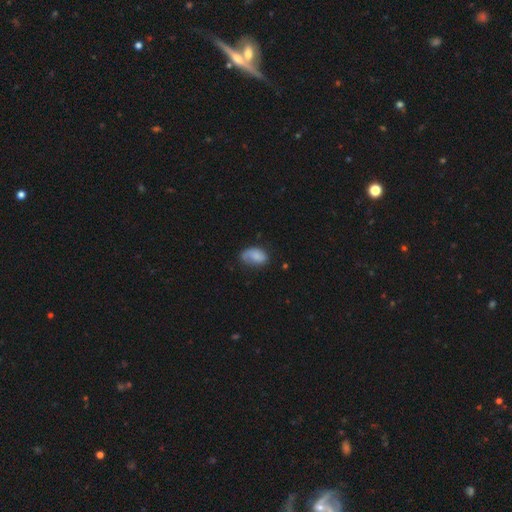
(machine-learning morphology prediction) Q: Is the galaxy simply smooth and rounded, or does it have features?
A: smooth — 73%.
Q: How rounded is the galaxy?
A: in between — 90%.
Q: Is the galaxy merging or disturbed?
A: none — 50%.